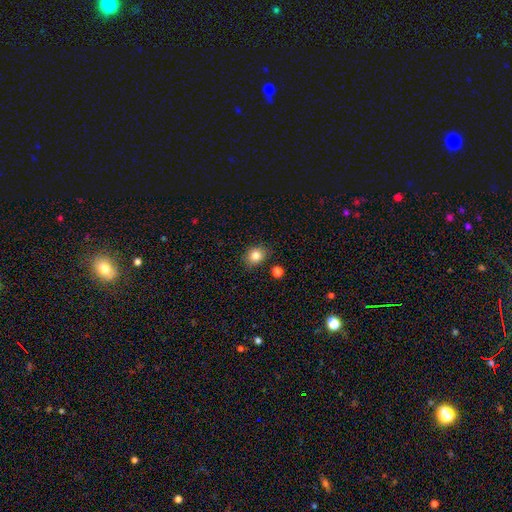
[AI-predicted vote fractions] Overall: smooth (84%). How rounded: round (63%; in between 37%). Merging: none (83%).